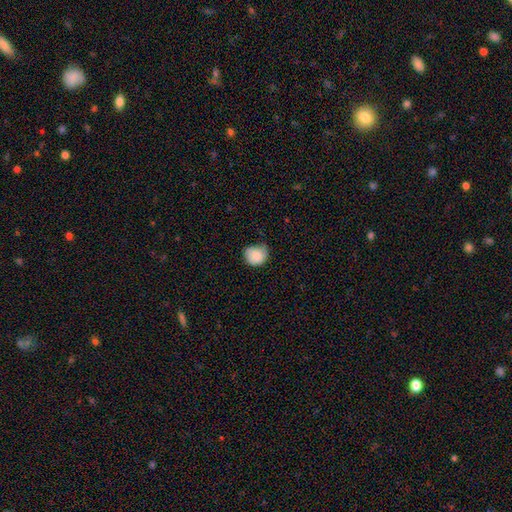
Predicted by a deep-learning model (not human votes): This appears to be a smooth galaxy with no disk features (84%) that is round (80%). Merging: none (47%).